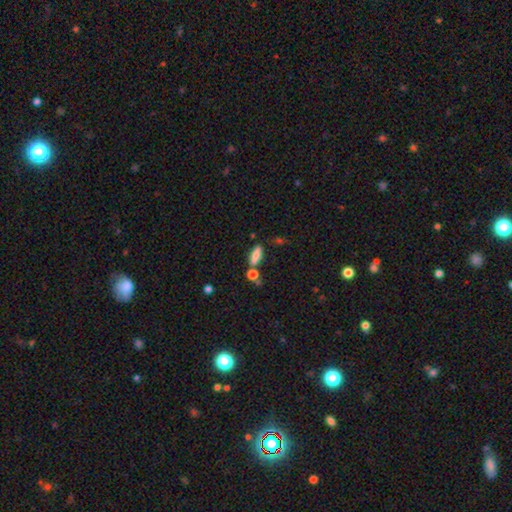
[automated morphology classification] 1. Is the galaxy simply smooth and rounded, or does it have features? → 80% smooth, 11% featured or disk, 9% star or artifact.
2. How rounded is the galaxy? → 53% in between, 41% cigar-shaped, 6% round.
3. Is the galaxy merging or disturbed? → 62% none, 18% merger, 15% minor disturbance, 5% major disturbance.